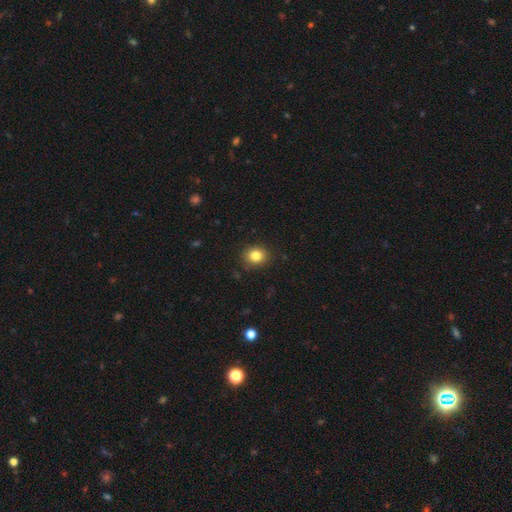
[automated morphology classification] Smooth or featured?
  - smooth: 83% *
  - star or artifact: 11%
  - featured or disk: 6%
How rounded?
  - round: 78% *
  - in between: 21%
  - cigar-shaped: 1%
Merging?
  - none: 89% *
  - minor disturbance: 8%
  - major disturbance: 2%
  - merger: 1%